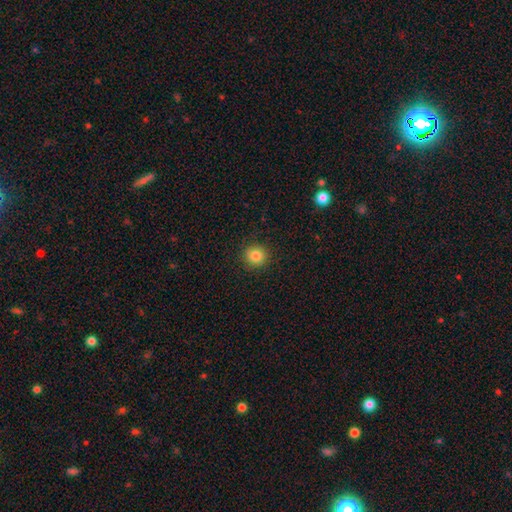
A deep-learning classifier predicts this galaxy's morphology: The model was most divided on "smooth or featured": smooth: 84%, star or artifact: 11%, featured or disk: 6%. More confident: how rounded — round (92%); merging — none (91%).